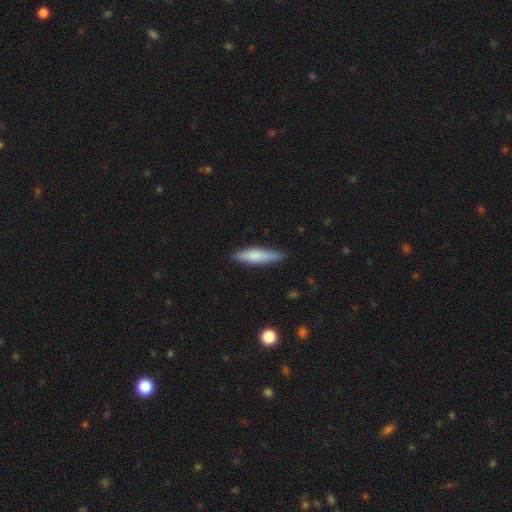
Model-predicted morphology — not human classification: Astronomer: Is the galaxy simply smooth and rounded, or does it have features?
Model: smooth — 71%.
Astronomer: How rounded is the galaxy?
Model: cigar-shaped — 79%.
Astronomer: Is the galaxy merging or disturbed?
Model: none — 85%.